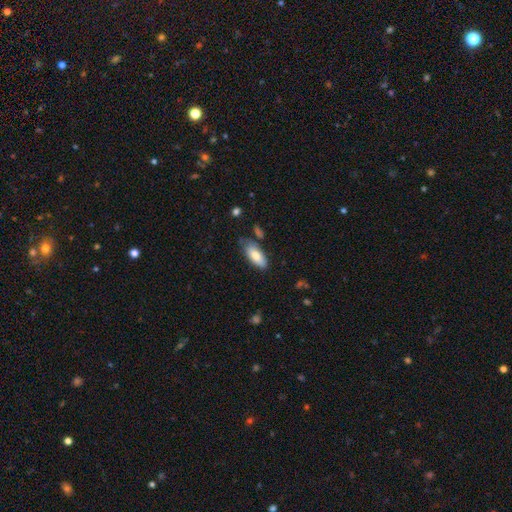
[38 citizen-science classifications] This is likely a smooth galaxy (71%). How rounded: clearly in between (93%). Merging: possibly none (46%).